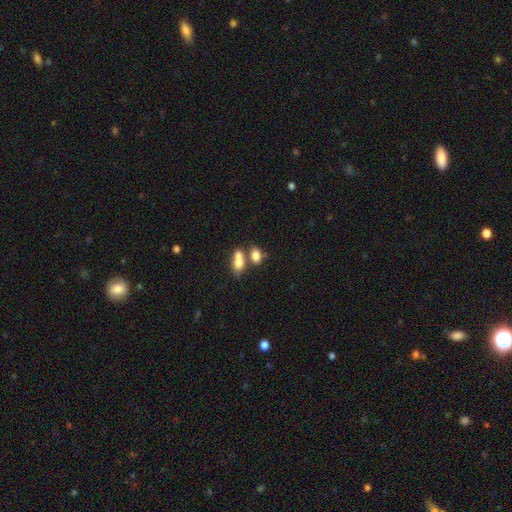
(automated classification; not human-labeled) smooth_or_featured: smooth (p=0.80) [alt: featured or disk p=0.11]
how_rounded: in between (p=0.82) [alt: round p=0.14]
merging: merger (p=0.54) [alt: none p=0.32]